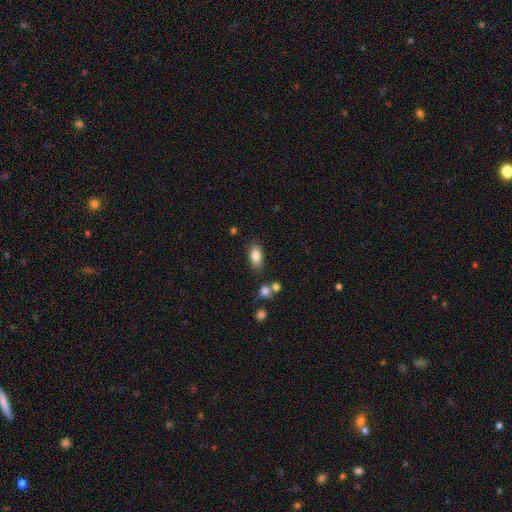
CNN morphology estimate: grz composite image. It shows a smooth galaxy with no disk features (83%) that is in between round and cigar-shaped (89%). Merging: none (80%).